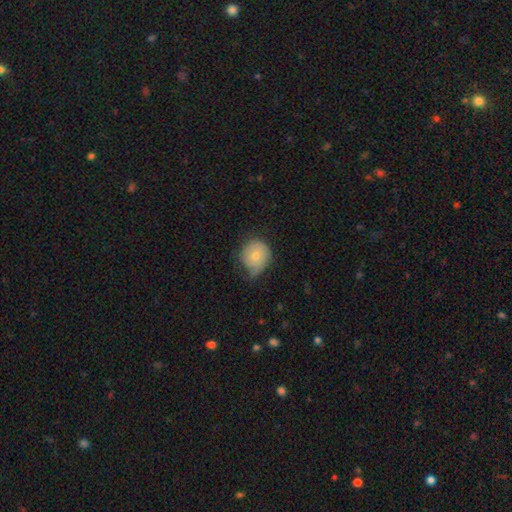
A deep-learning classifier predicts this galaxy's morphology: Smooth or featured?
  - smooth: 61% *
  - featured or disk: 32%
  - star or artifact: 7%
How rounded?
  - round: 83% *
  - in between: 16%
  - cigar-shaped: 1%
Merging?
  - none: 41% *
  - minor disturbance: 40%
  - major disturbance: 18%
  - merger: 2%